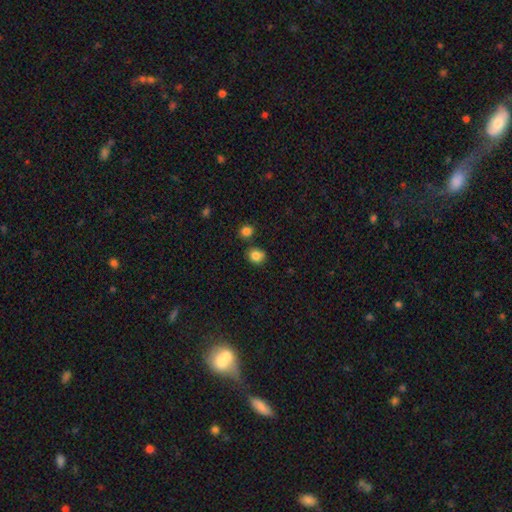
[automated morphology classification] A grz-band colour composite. It shows a smooth galaxy with no disk features (84%) that is round (77%). Merging: none (78%).